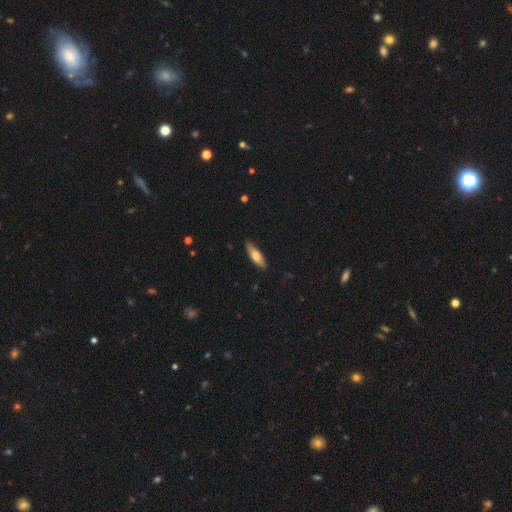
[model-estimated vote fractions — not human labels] A smooth galaxy with no disk features (67%) that is cigar-shaped (56%).

Vote fractions:
- Smooth or featured? smooth: 67% / featured or disk: 27% / star or artifact: 6%
- How rounded? cigar-shaped: 56% / in between: 42% / round: 2%
- Merging? none: 87% / minor disturbance: 10% / major disturbance: 2% / merger: 1%